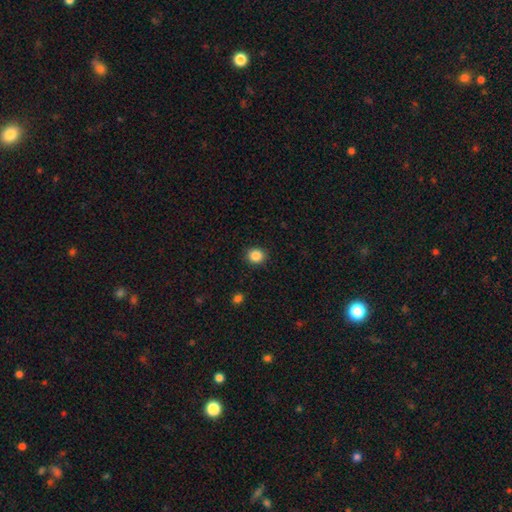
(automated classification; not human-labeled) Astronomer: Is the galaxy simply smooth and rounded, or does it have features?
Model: smooth — 86%.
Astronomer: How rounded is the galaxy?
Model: round — 80%.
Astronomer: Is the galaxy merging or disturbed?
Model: none — 90%.